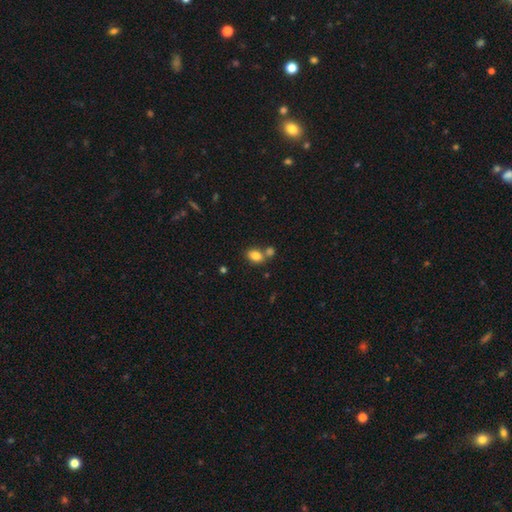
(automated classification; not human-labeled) Smooth or featured? Predicted: smooth (p=0.83). How rounded? Predicted: in between (p=0.80). Merging? Predicted: none (p=0.53).